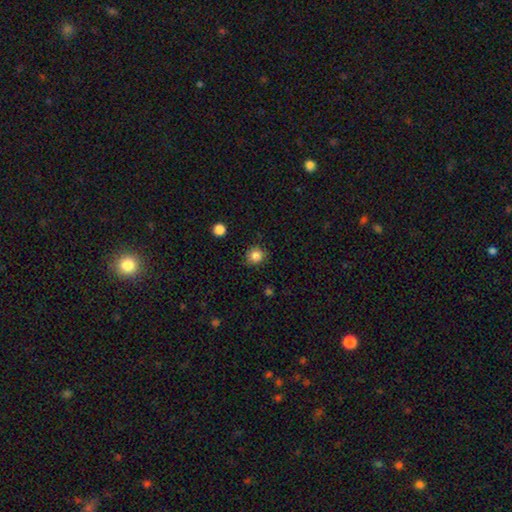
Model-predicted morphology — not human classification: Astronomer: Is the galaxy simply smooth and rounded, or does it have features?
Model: smooth — 84%.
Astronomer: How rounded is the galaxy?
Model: round — 88%.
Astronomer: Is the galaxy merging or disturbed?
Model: none — 85%.